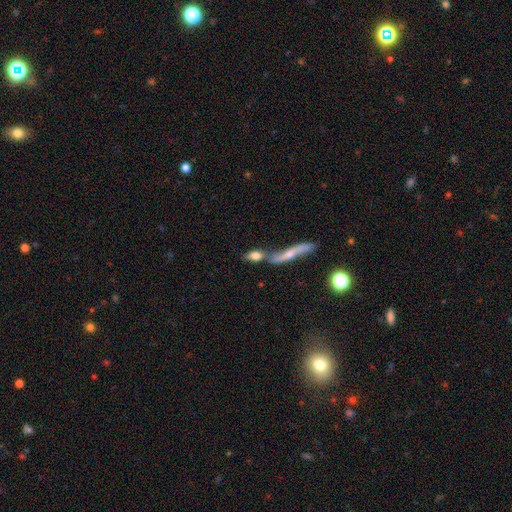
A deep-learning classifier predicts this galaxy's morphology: Smooth or featured? Predicted: smooth (p=0.67). How rounded? Predicted: in between (p=0.64). Merging? Predicted: merger (p=0.47).